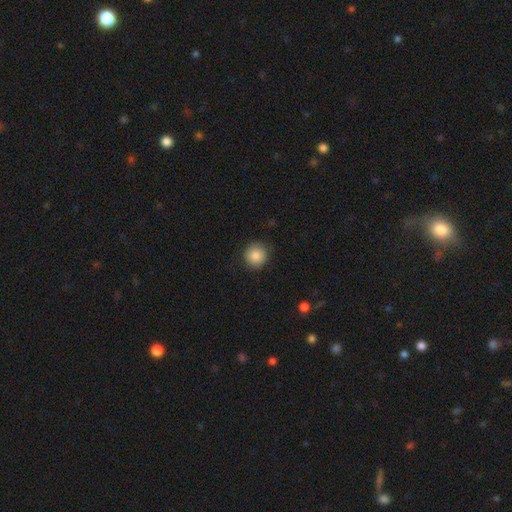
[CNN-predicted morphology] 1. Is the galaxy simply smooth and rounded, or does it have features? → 86% smooth, 8% star or artifact, 6% featured or disk.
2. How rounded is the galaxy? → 92% round, 7% in between, 1% cigar-shaped.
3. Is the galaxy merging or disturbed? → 85% none, 11% minor disturbance, 3% major disturbance, 1% merger.